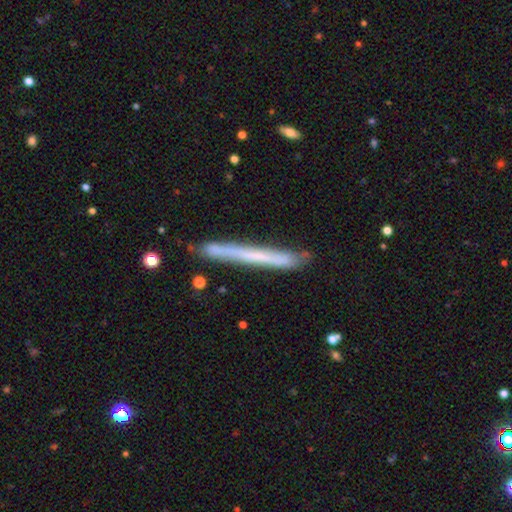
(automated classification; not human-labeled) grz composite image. It shows a smooth galaxy with no disk features (47%). Merging: none (80%).